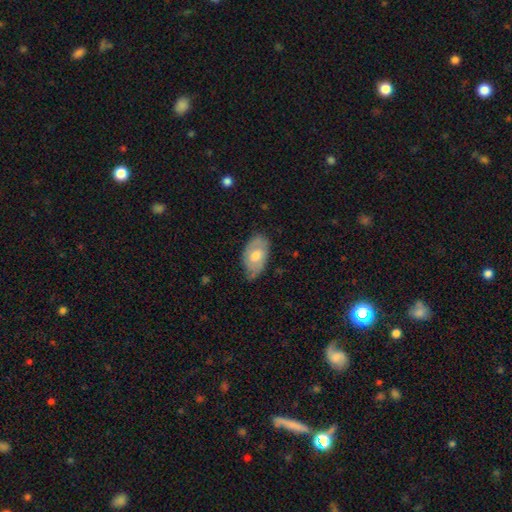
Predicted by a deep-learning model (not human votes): Smooth or featured? Predicted: featured or disk (p=0.50). Merging? Predicted: none (p=0.64).